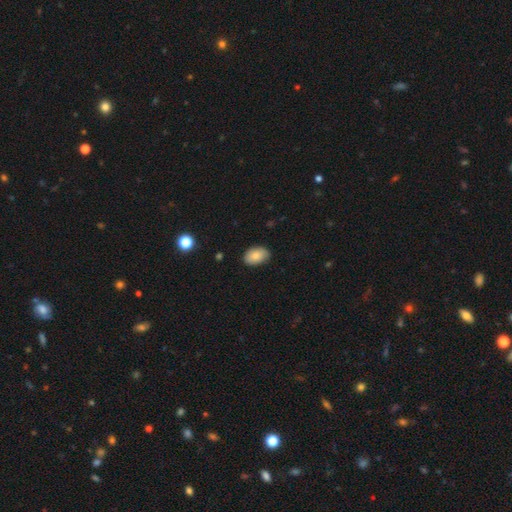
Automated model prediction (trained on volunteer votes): smooth-or-featured: smooth: 83% | featured or disk: 10% | star or artifact: 7%
  how-rounded: in between: 88% | round: 11% | cigar-shaped: 1%
  merging: none: 82% | minor disturbance: 15% | major disturbance: 2% | merger: 1%